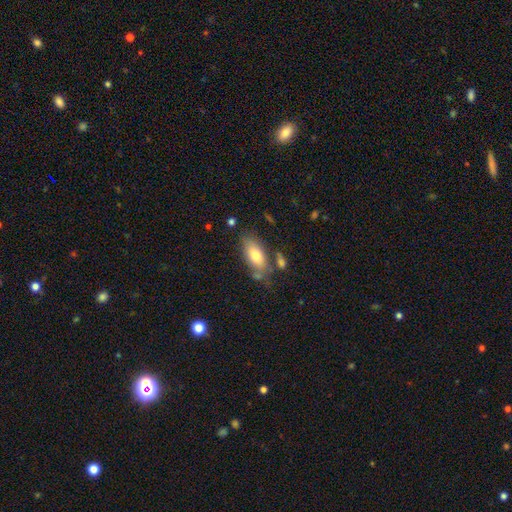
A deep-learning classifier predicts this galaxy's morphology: Smooth or featured: smooth — 73% (featured or disk — 20%)
How rounded: in between — 87% (cigar-shaped — 10%)
Merging: none — 63% (minor disturbance — 20%)